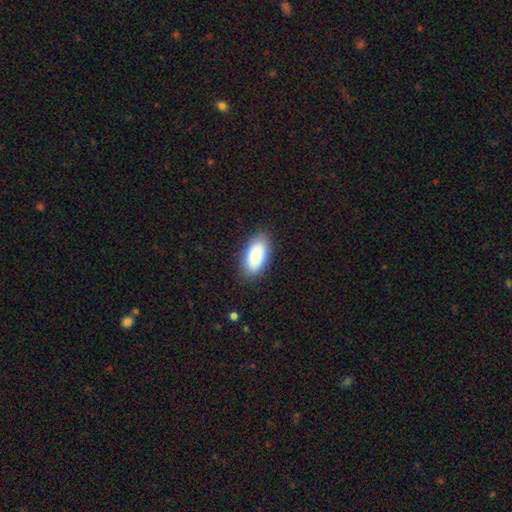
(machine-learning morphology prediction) Smooth or featured: smooth — 84% (featured or disk — 10%)
How rounded: in between — 94% (cigar-shaped — 3%)
Merging: none — 86% (minor disturbance — 10%)